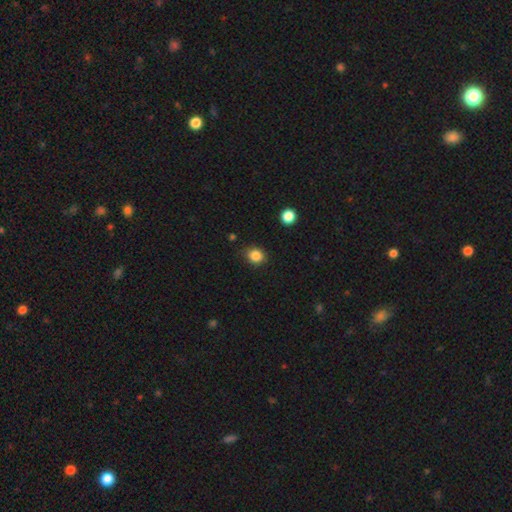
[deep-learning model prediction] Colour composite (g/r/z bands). It shows a smooth galaxy with no disk features (85%) that is round (74%). Merging: none (85%).